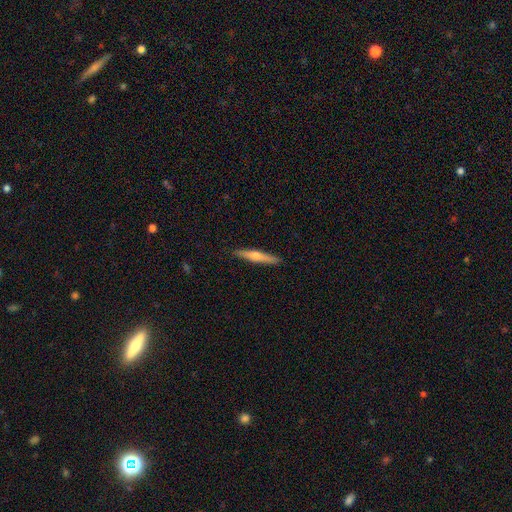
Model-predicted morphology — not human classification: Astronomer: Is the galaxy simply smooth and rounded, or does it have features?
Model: featured or disk — 54% (runner-up: smooth, 40%).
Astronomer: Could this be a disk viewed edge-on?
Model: yes — 96%.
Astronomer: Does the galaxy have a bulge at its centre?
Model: rounded — 84%.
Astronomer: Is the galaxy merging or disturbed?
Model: none — 91%.